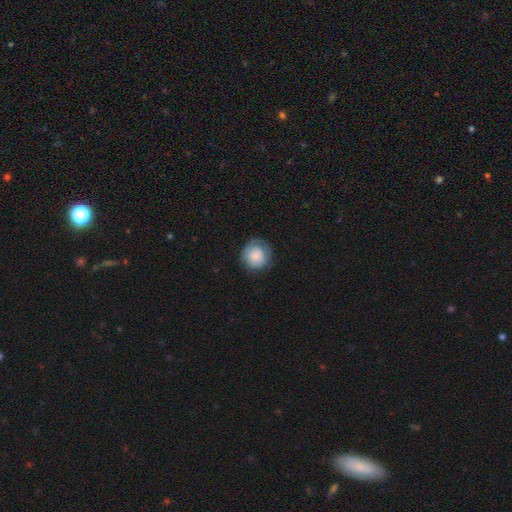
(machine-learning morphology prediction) Smooth or featured? smooth (75%)
How rounded? round (89%)
Merging? none (69%)